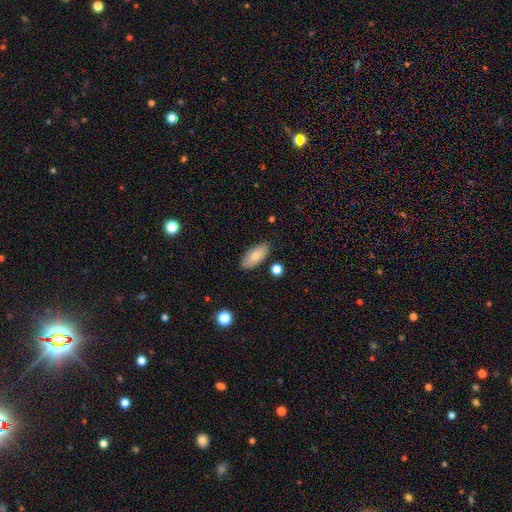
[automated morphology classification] smooth 82%, featured or disk 11%, star or artifact 6%. Down the decision tree: how rounded — in between (88%); merging — none (85%).